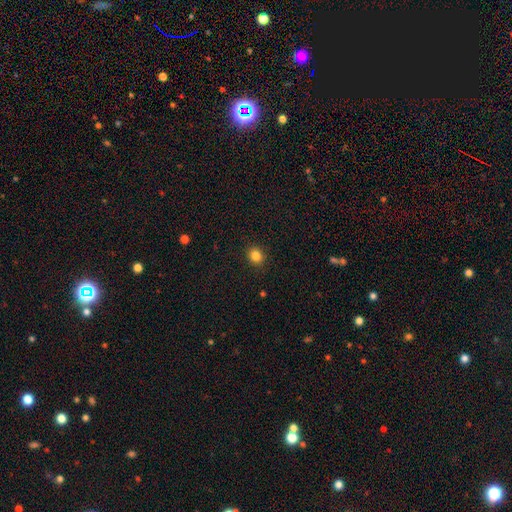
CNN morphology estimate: This is clearly a smooth galaxy (84%). How rounded: likely round (79%). Merging: clearly none (91%).